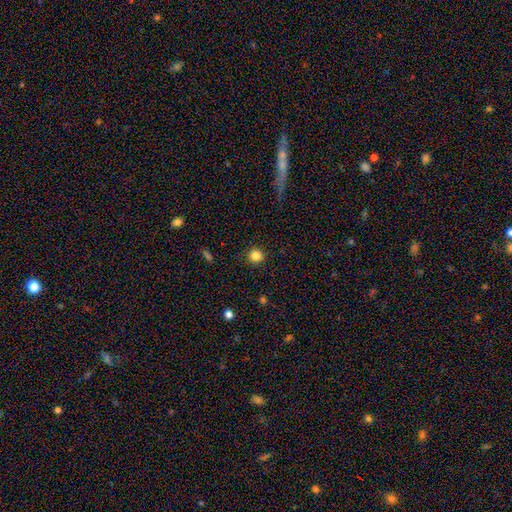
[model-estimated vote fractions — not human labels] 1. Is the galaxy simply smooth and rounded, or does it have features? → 84% smooth, 12% star or artifact, 4% featured or disk.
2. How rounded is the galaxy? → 92% round, 7% in between, 1% cigar-shaped.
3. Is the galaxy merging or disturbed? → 90% none, 7% minor disturbance, 2% major disturbance, 1% merger.